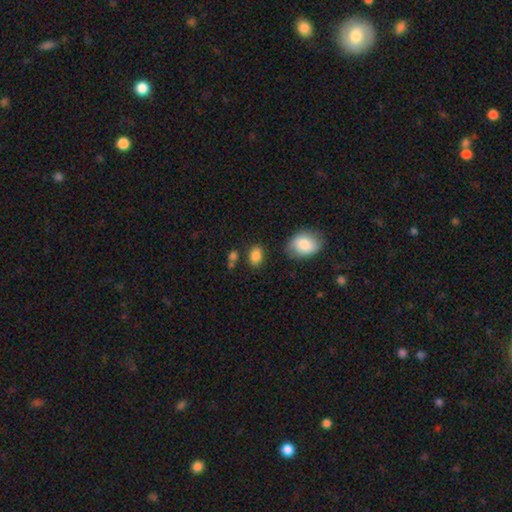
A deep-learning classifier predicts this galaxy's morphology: Smooth or featured? smooth (86%)
How rounded? in between (80%)
Merging? none (74%)